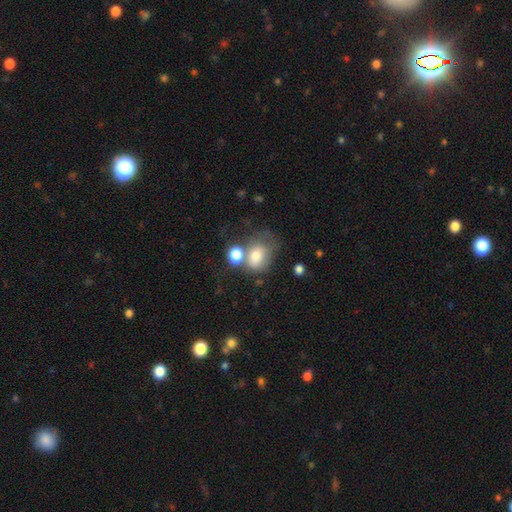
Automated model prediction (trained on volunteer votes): This appears to be a smooth galaxy with no disk features (74%) that is in between round and cigar-shaped (61%). Merging: merger (38%).